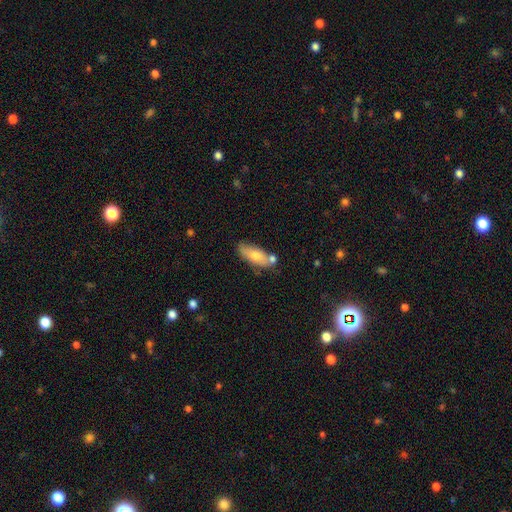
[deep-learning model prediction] smooth_or_featured: smooth (p=0.71) [alt: featured or disk p=0.23]
how_rounded: in between (p=0.73) [alt: cigar-shaped p=0.24]
merging: none (p=0.62) [alt: minor disturbance p=0.19]